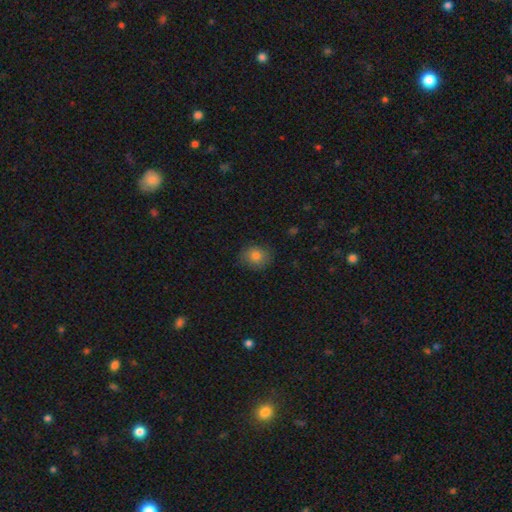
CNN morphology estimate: type=smooth (81%); roundness=round (66%); merging=none (81%).